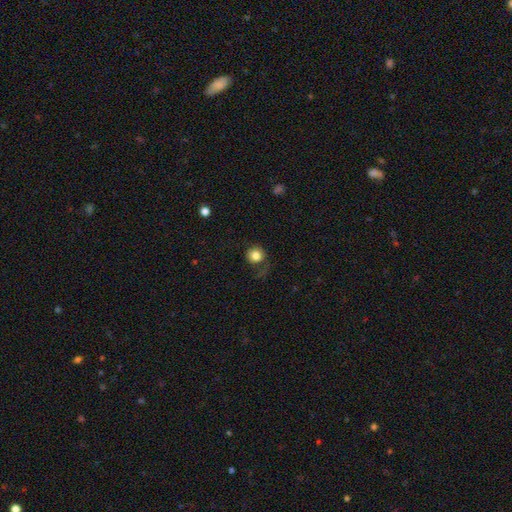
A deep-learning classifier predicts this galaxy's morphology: smooth-or-featured: smooth: 82% | star or artifact: 10% | featured or disk: 8%
  how-rounded: round: 91% | in between: 8% | cigar-shaped: 1%
  merging: none: 67% | minor disturbance: 17% | major disturbance: 13% | merger: 2%